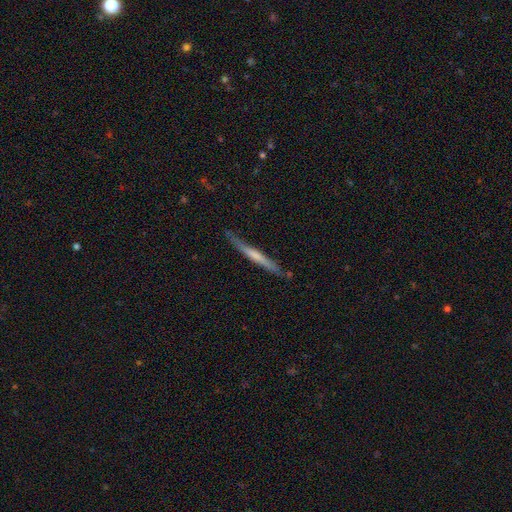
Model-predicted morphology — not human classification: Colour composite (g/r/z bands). It shows a featured or disk galaxy (52%) viewed edge-on (95%). Merging: none (79%).